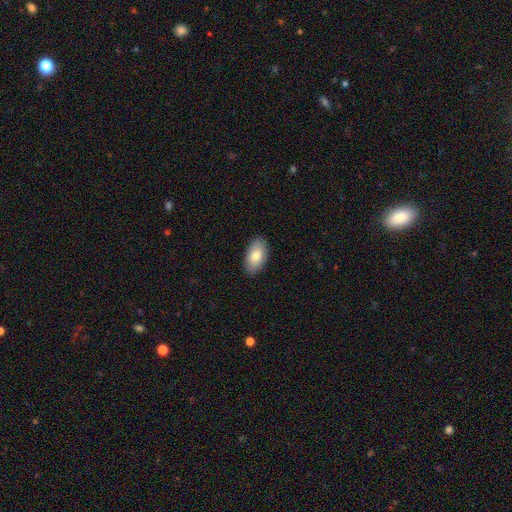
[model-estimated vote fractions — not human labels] Smooth or featured?
  - smooth: 80% *
  - featured or disk: 14%
  - star or artifact: 6%
How rounded?
  - in between: 94% *
  - round: 4%
  - cigar-shaped: 2%
Merging?
  - none: 88% *
  - minor disturbance: 9%
  - major disturbance: 2%
  - merger: 1%